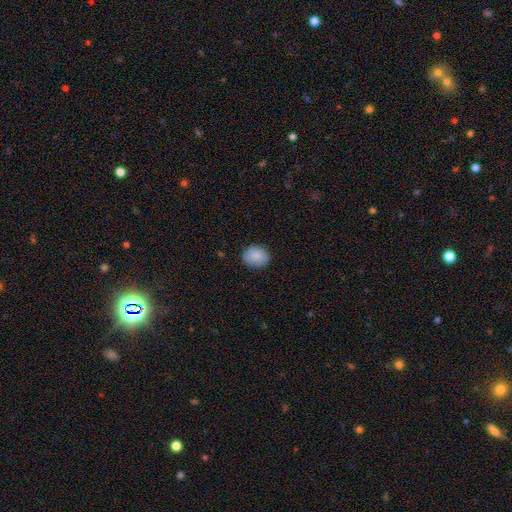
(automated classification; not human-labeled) The model was most divided on "how rounded": round: 57%, in between: 42%, cigar-shaped: 1%. More confident: smooth or featured — smooth (87%); merging — none (86%).